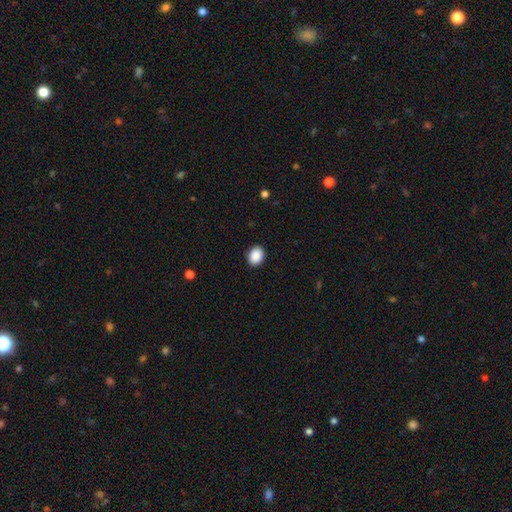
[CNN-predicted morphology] smooth_or_featured: smooth (p=0.90) [alt: star or artifact p=0.08]
how_rounded: in between (p=0.56) [alt: round p=0.43]
merging: none (p=0.91) [alt: minor disturbance p=0.06]